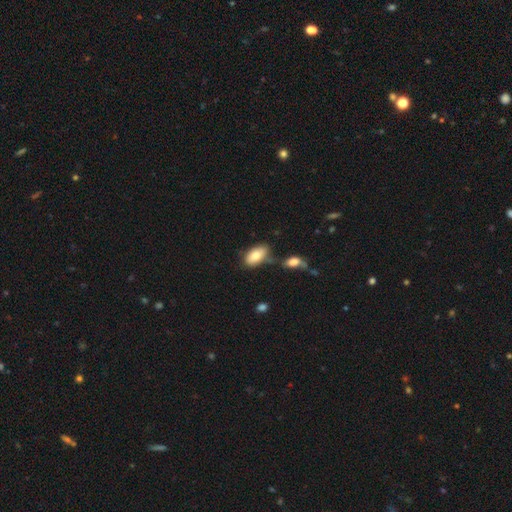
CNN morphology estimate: This is clearly a smooth galaxy (82%). How rounded: clearly in between (93%). Merging: possibly none (57%).